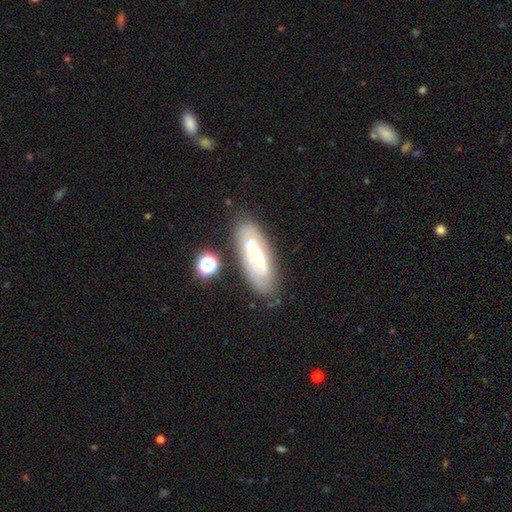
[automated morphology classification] This appears to be a featured or disk galaxy (59%). Merging: none (72%).